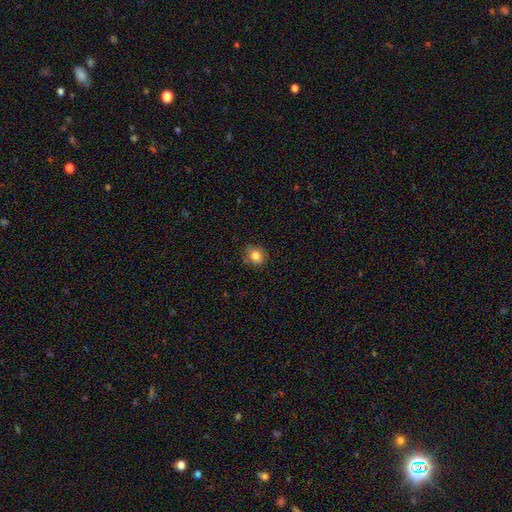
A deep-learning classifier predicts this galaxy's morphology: This is clearly a smooth galaxy (81%). How rounded: likely round (63%). Merging: likely none (78%).